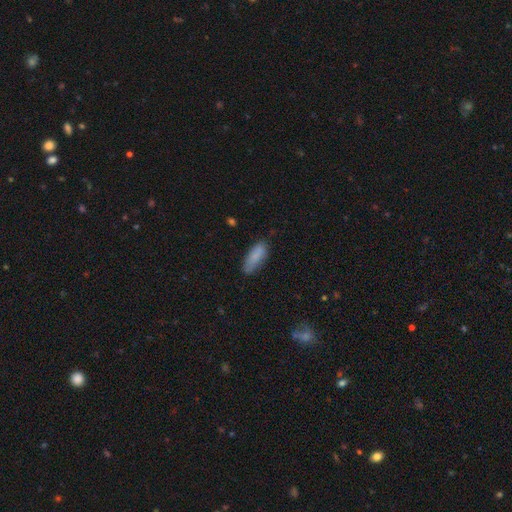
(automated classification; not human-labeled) smooth_or_featured: smooth (p=0.84) [alt: featured or disk p=0.09]
how_rounded: in between (p=0.66) [alt: cigar-shaped p=0.32]
merging: none (p=0.71) [alt: minor disturbance p=0.22]